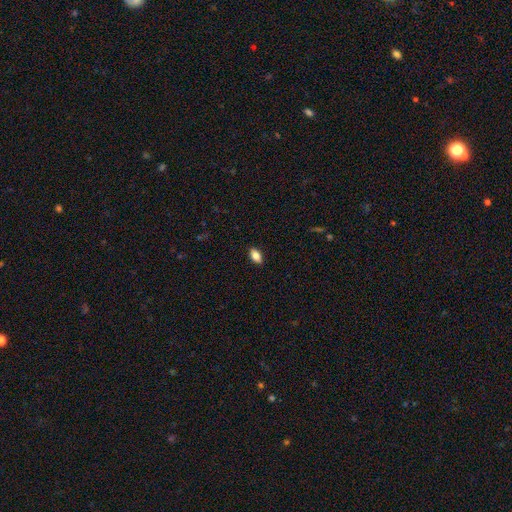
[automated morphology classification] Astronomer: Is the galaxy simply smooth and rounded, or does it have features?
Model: smooth — 82%.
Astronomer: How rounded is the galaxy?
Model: in between — 90%.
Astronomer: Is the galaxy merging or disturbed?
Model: none — 89%.